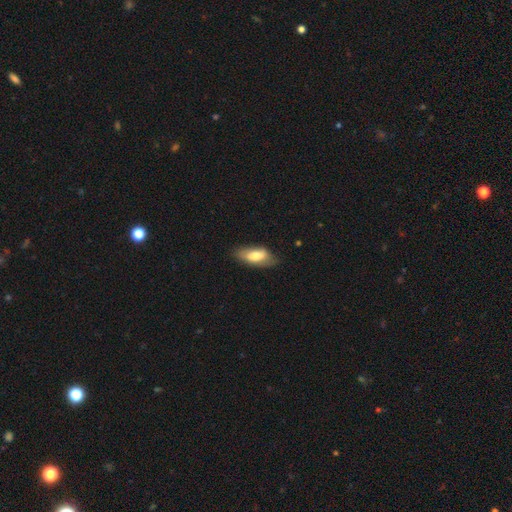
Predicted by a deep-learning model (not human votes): smooth_or_featured: smooth (p=0.69) [alt: featured or disk p=0.25]
how_rounded: in between (p=0.84) [alt: cigar-shaped p=0.13]
merging: none (p=0.66) [alt: minor disturbance p=0.26]